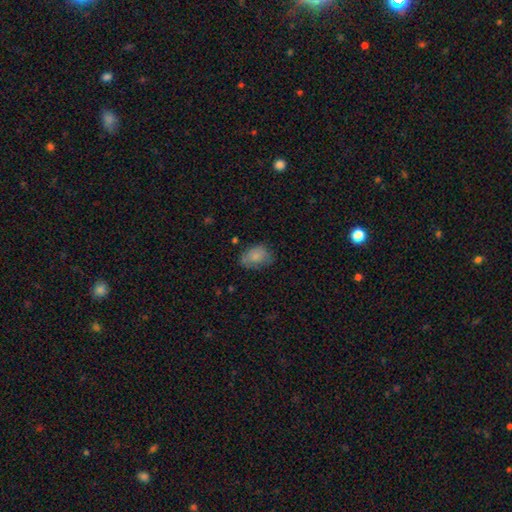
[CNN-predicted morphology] Smooth or featured? smooth (81%)
How rounded? in between (85%)
Merging? none (65%)